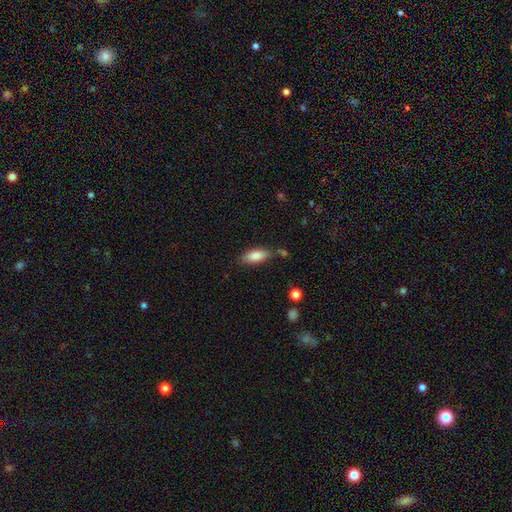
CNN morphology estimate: smooth-or-featured: smooth: 83% | featured or disk: 10% | star or artifact: 7%
  how-rounded: in between: 79% | cigar-shaped: 19% | round: 2%
  merging: none: 71% | minor disturbance: 19% | merger: 6% | major disturbance: 4%